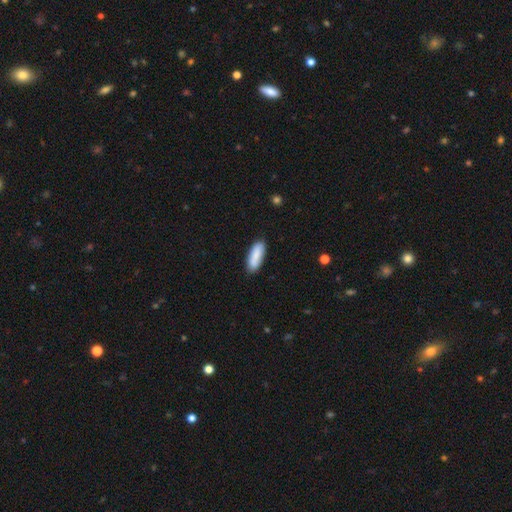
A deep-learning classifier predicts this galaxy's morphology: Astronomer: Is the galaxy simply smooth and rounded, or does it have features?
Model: smooth — 85%.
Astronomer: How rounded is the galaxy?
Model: in between — 66%.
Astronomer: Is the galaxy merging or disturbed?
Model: none — 84%.